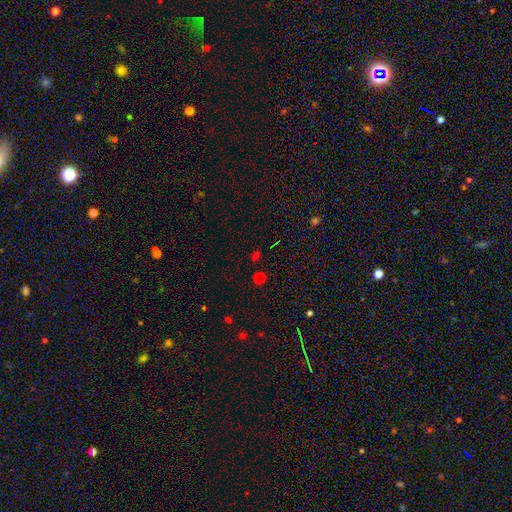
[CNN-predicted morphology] Smooth or featured?
  - star or artifact: 52% *
  - smooth: 40%
  - featured or disk: 8%